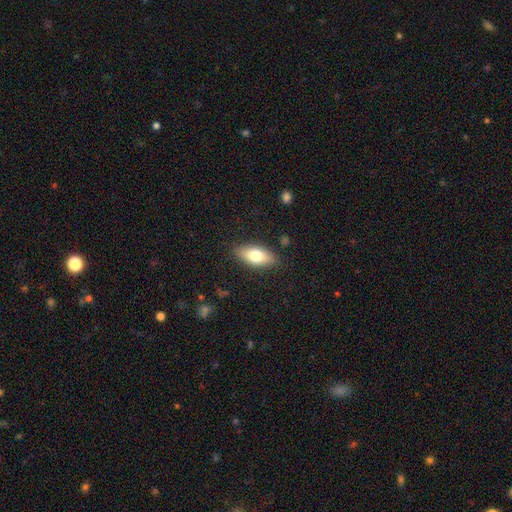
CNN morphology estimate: smooth-or-featured: smooth: 73% | featured or disk: 20% | star or artifact: 7%
  how-rounded: in between: 82% | cigar-shaped: 15% | round: 3%
  merging: none: 85% | minor disturbance: 11% | major disturbance: 3% | merger: 1%